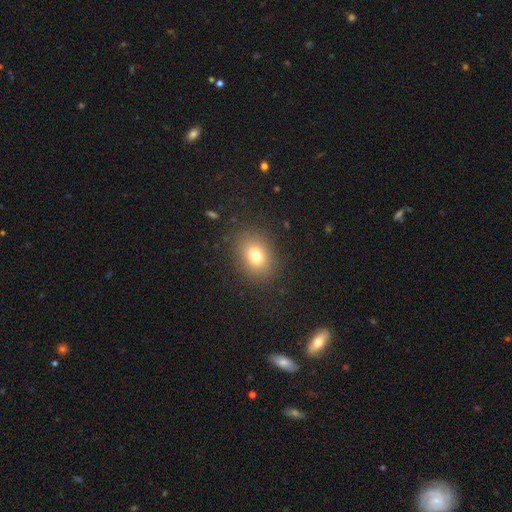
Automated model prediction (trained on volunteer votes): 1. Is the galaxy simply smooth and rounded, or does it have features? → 76% smooth, 13% star or artifact, 11% featured or disk.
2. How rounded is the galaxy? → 58% in between, 41% round, 1% cigar-shaped.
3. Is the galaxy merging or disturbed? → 86% none, 9% minor disturbance, 4% major disturbance, 1% merger.